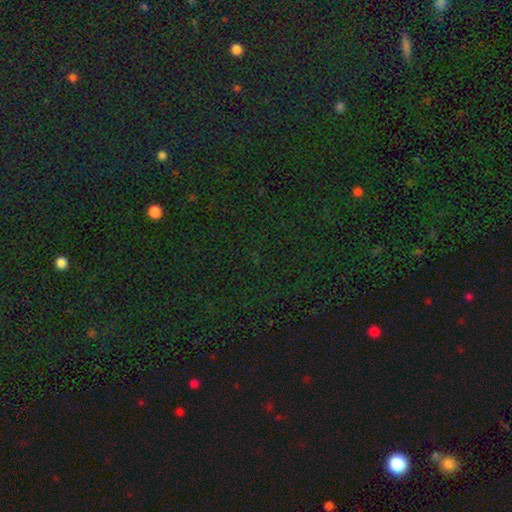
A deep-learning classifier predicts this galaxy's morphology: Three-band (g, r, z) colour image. It shows a star or artifact, not a galaxy (82%).